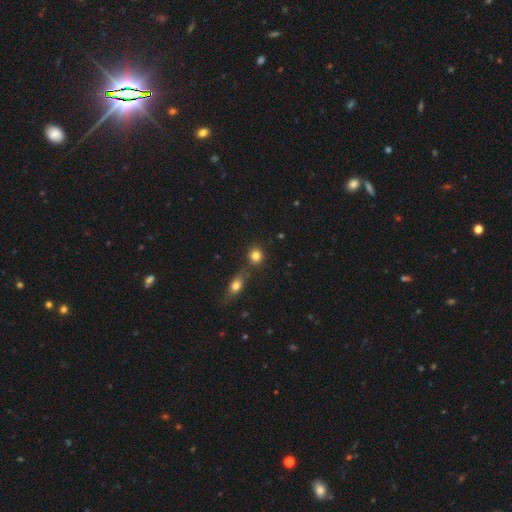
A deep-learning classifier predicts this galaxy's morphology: Smooth or featured: smooth — 82% (star or artifact — 11%)
How rounded: round — 83% (in between — 15%)
Merging: none — 71% (merger — 17%)